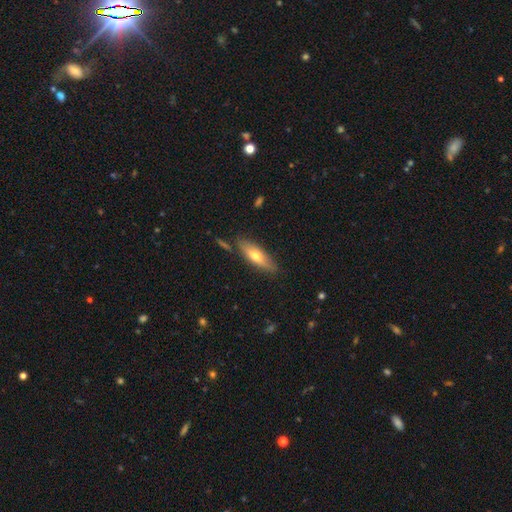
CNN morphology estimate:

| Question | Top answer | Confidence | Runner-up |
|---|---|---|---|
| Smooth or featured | smooth | 57% | featured or disk (36%) |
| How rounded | cigar-shaped | 49% | in between (48%) |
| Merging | none | 81% | minor disturbance (13%) |